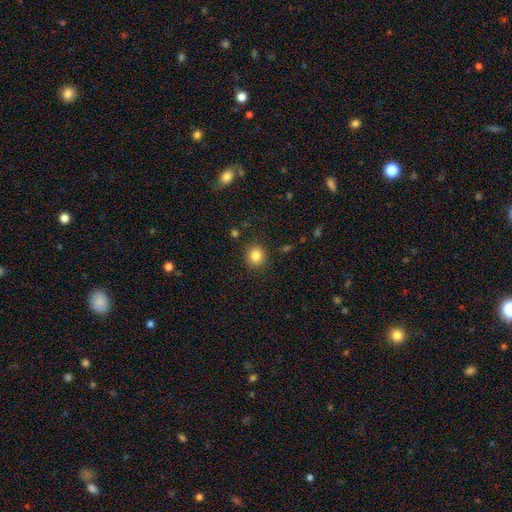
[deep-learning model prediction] Smooth or featured?
  - smooth: 83% *
  - star or artifact: 11%
  - featured or disk: 6%
How rounded?
  - round: 89% *
  - in between: 10%
  - cigar-shaped: 1%
Merging?
  - none: 90% *
  - minor disturbance: 7%
  - major disturbance: 2%
  - merger: 1%